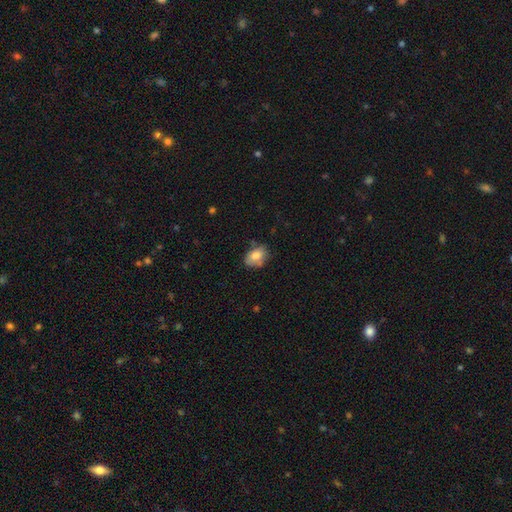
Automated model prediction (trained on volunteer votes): Smooth or featured? smooth (78%)
How rounded? in between (80%)
Merging? none (65%)